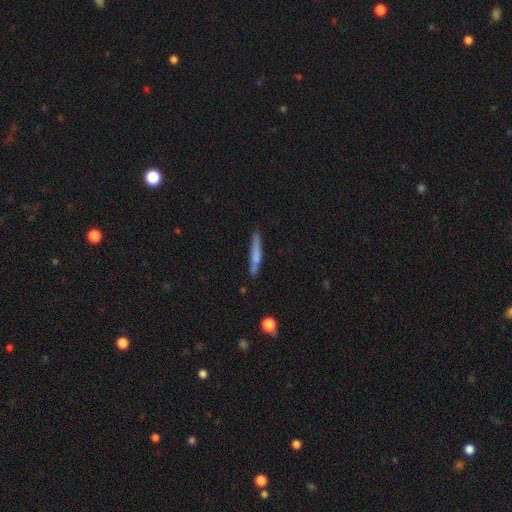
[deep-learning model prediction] The model was most divided on "smooth or featured": smooth: 60%, featured or disk: 34%, star or artifact: 6%. More confident: how rounded — cigar-shaped (93%); merging — none (79%).